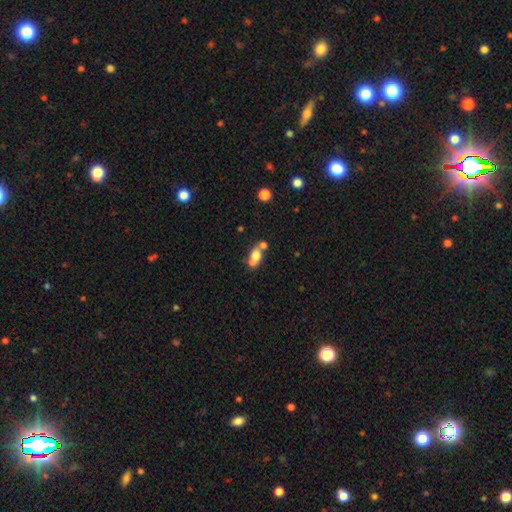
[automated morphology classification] This is likely a smooth galaxy (64%). How rounded: possibly in between (53%). Merging: possibly merger (51%).